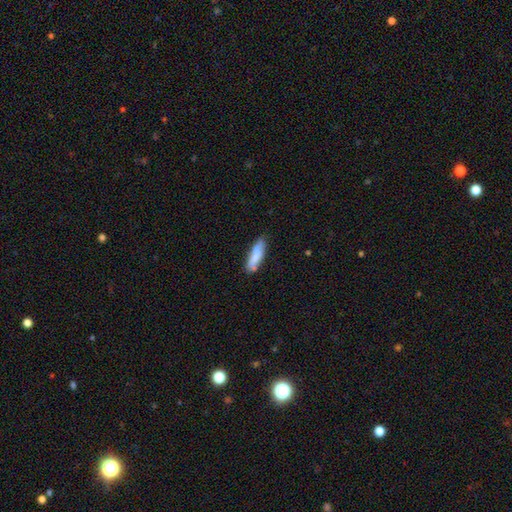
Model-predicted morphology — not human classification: Smooth or featured?
  - smooth: 79% *
  - featured or disk: 14%
  - star or artifact: 6%
How rounded?
  - cigar-shaped: 64% *
  - in between: 34%
  - round: 2%
Merging?
  - none: 72% *
  - minor disturbance: 21%
  - major disturbance: 4%
  - merger: 3%